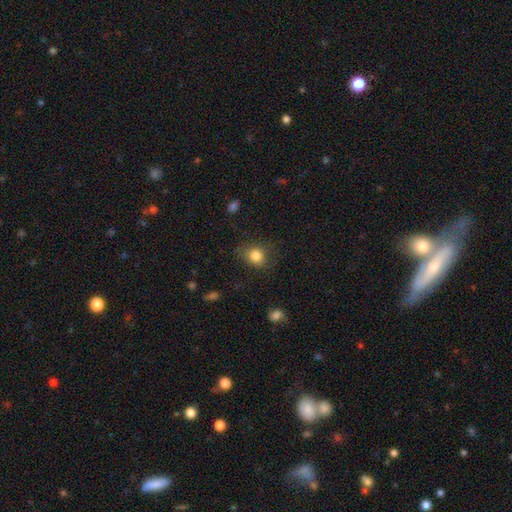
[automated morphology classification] Smooth or featured: smooth — 83% (star or artifact — 10%)
How rounded: round — 67% (in between — 32%)
Merging: none — 75% (minor disturbance — 17%)